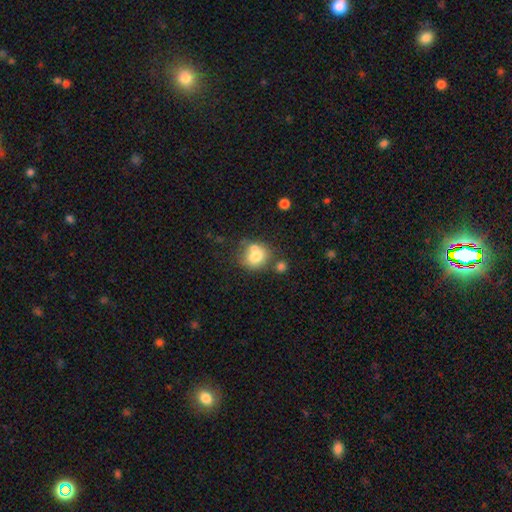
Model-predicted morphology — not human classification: type=smooth (74%); roundness=round (73%); merging=none (47%).